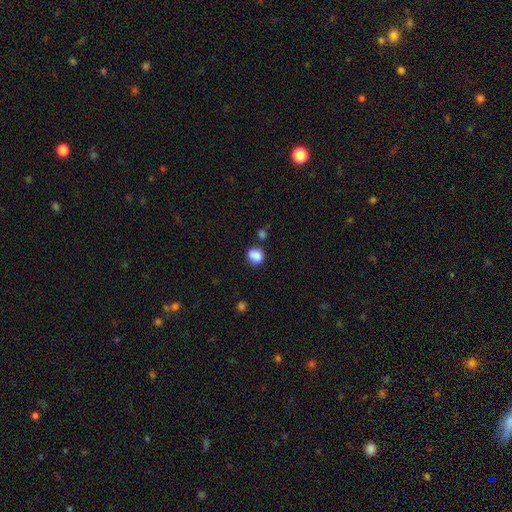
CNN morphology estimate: smooth 84%, star or artifact 9%, featured or disk 6%. Down the decision tree: how rounded — round (77%); merging — none (62%).